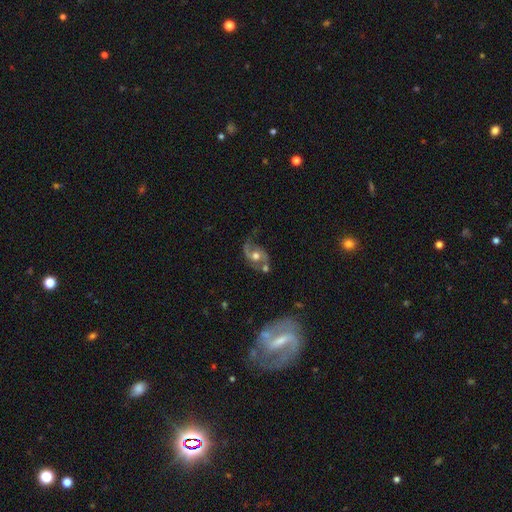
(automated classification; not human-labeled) Smooth or featured? featured or disk (74%)
Edge-on disk? no (96%)
Bar? no (67%)
Spiral arms? yes (87%)
Spiral winding? loose (49%)
Spiral arm count? 2 (84%)
Bulge size? moderate (69%)
Merging? none (48%)